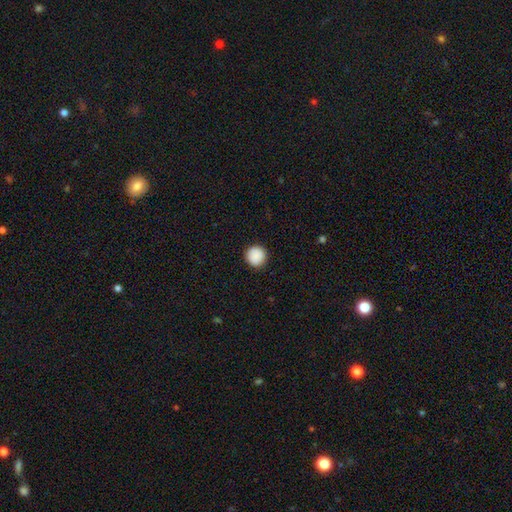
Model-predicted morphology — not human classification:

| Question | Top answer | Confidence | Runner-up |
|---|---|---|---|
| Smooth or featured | smooth | 89% | star or artifact (7%) |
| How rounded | round | 95% | in between (4%) |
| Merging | none | 91% | minor disturbance (6%) |